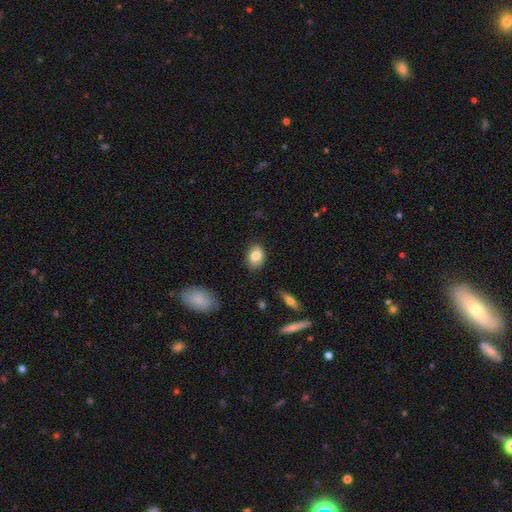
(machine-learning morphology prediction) smooth_or_featured: smooth (p=0.82) [alt: featured or disk p=0.10]
how_rounded: in between (p=0.80) [alt: round p=0.18]
merging: none (p=0.85) [alt: minor disturbance p=0.11]